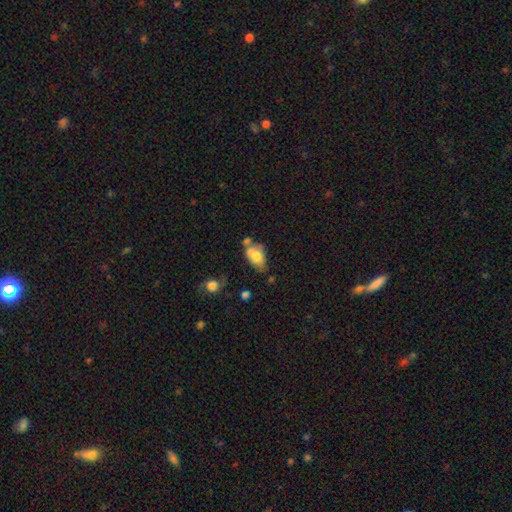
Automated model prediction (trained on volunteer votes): A smooth galaxy with no disk features (68%) that is in between round and cigar-shaped (88%). Merging: none (38%).